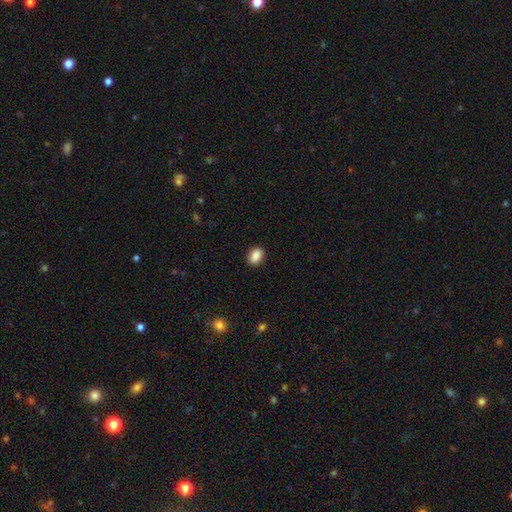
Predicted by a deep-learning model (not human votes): smooth 89%, star or artifact 8%, featured or disk 3%. Down the decision tree: how rounded — in between (76%); merging — none (89%).